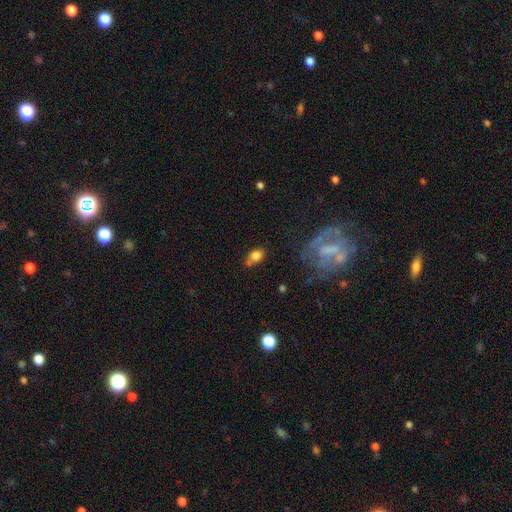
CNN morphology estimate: Smooth or featured? smooth (78%)
How rounded? in between (64%)
Merging? none (54%)